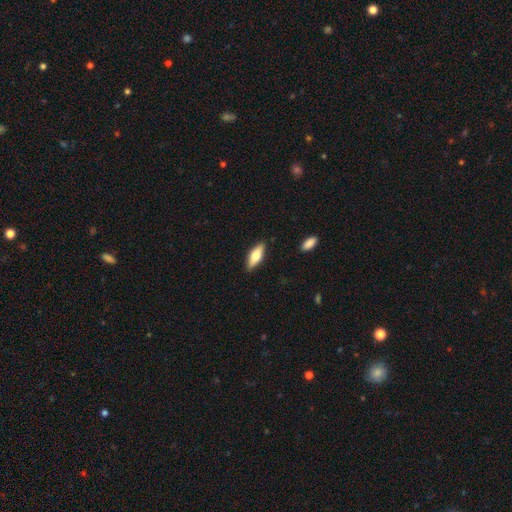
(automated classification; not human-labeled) Overall: smooth (63%; featured or disk 31%). How rounded: in between (66%; cigar-shaped 31%). Merging: none (87%).